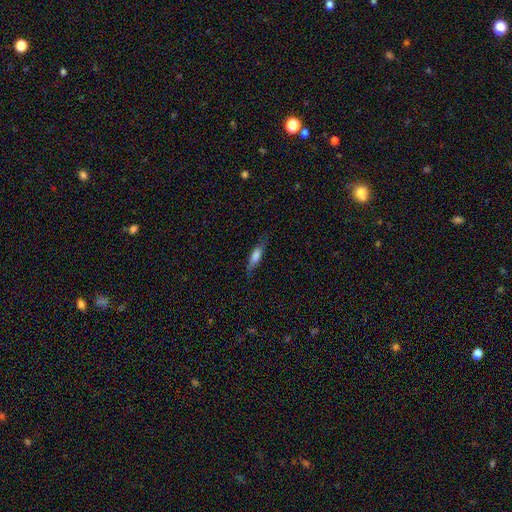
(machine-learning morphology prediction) A smooth galaxy with no disk features (65%) that is cigar-shaped (64%).

Vote fractions:
- Smooth or featured? smooth: 65% / featured or disk: 28% / star or artifact: 7%
- How rounded? cigar-shaped: 64% / in between: 33% / round: 2%
- Merging? none: 74% / minor disturbance: 19% / major disturbance: 6% / merger: 1%